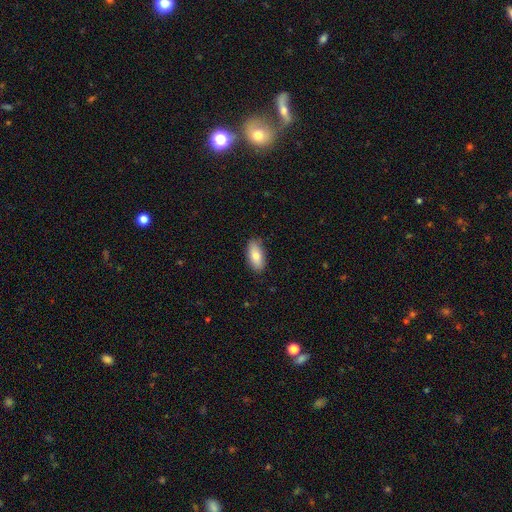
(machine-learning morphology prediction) Q: Smooth or featured?
A: smooth (81%); runner-up: featured or disk (13%)
Q: How rounded?
A: in between (89%); runner-up: cigar-shaped (9%)
Q: Merging?
A: none (85%); runner-up: minor disturbance (12%)